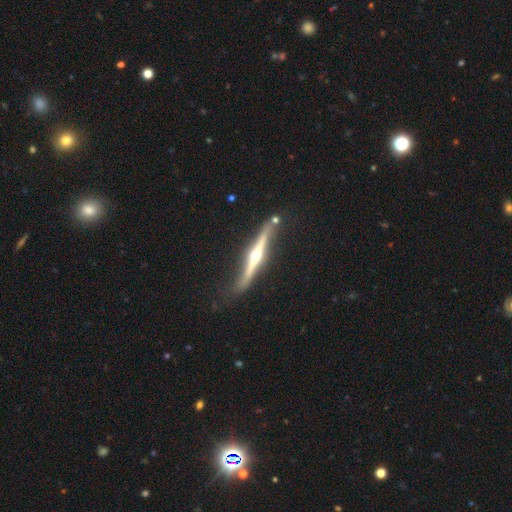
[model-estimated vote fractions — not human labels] A featured or disk galaxy (83%) viewed edge-on (97%) with a rounded central bulge (91%). Merging: none (74%).